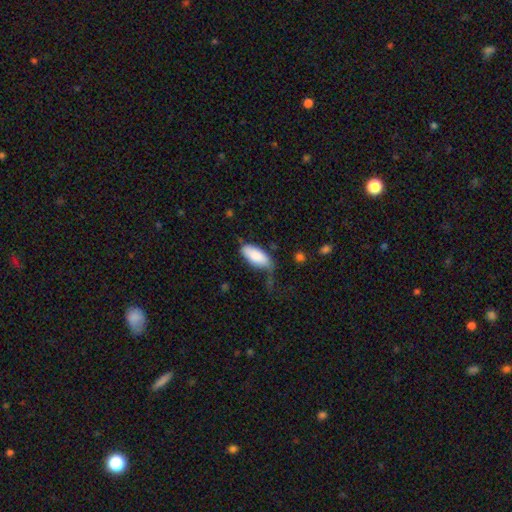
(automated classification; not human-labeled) smooth_or_featured: smooth (p=0.85) [alt: featured or disk p=0.09]
how_rounded: in between (p=0.90) [alt: cigar-shaped p=0.08]
merging: none (p=0.44) [alt: minor disturbance p=0.35]